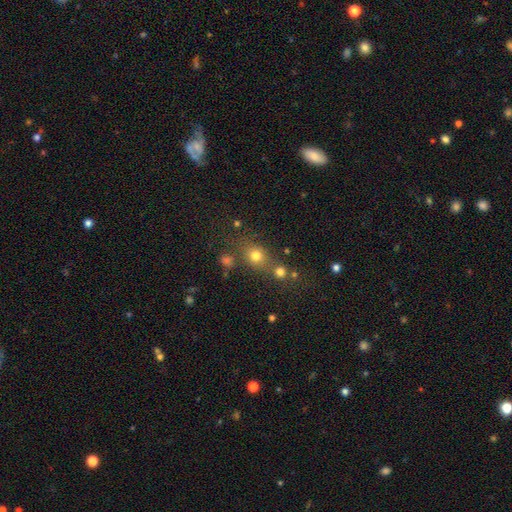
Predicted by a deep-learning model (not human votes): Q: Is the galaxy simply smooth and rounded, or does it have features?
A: smooth — 72%.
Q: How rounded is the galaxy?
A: round — 71%.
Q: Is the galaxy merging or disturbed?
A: none — 59%.